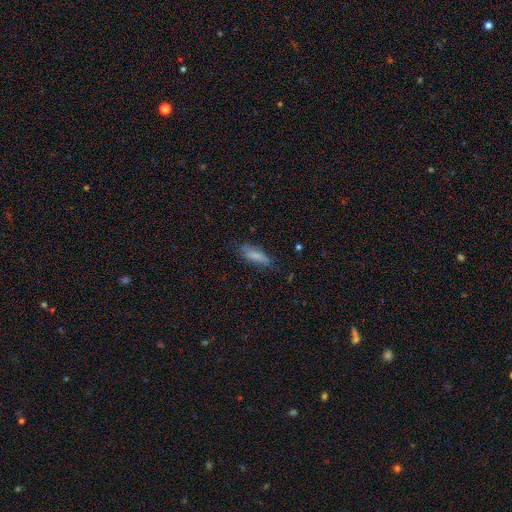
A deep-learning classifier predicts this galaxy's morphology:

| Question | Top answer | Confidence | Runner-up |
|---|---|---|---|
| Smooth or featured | smooth | 79% | featured or disk (14%) |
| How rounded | in between | 54% | cigar-shaped (44%) |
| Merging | none | 68% | minor disturbance (24%) |